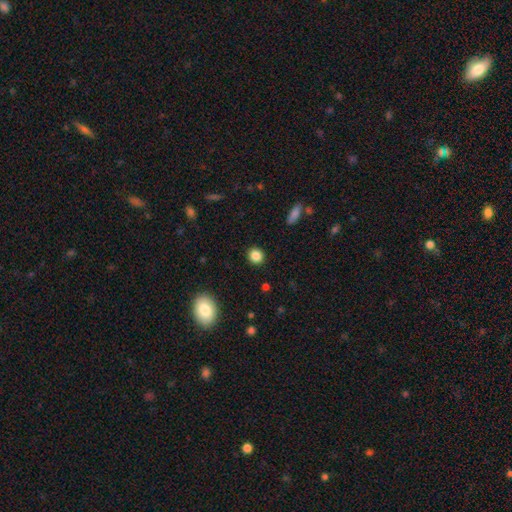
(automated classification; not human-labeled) Smooth or featured: smooth — 86% (star or artifact — 10%)
How rounded: round — 86% (in between — 13%)
Merging: none — 91% (minor disturbance — 6%)